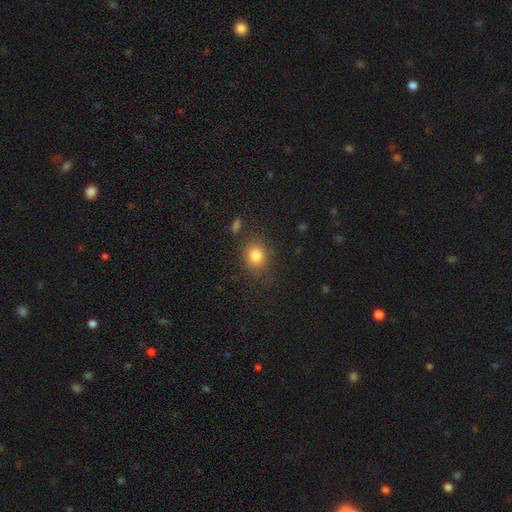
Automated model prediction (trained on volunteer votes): smooth_or_featured: smooth (p=0.83) [alt: star or artifact p=0.11]
how_rounded: round (p=0.63) [alt: in between p=0.36]
merging: none (p=0.80) [alt: minor disturbance p=0.13]